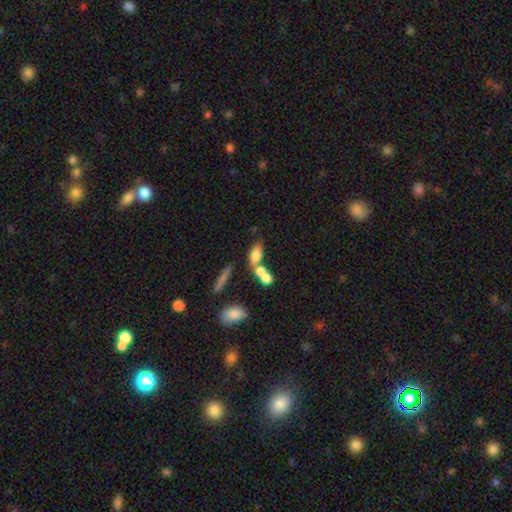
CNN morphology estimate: A smooth galaxy with no disk features (73%) that is in between round and cigar-shaped (77%).

Vote fractions:
- Smooth or featured? smooth: 73% / featured or disk: 17% / star or artifact: 10%
- How rounded? in between: 77% / cigar-shaped: 14% / round: 9%
- Merging? merger: 45% / none: 36% / minor disturbance: 11% / major disturbance: 7%